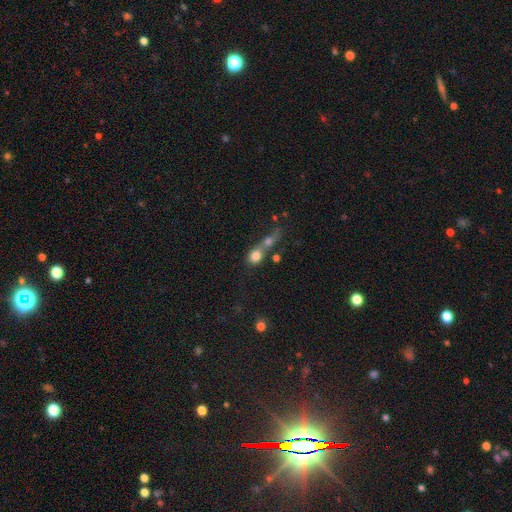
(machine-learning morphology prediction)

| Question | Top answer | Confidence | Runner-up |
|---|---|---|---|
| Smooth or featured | smooth | 74% | featured or disk (15%) |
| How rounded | round | 61% | in between (33%) |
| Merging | merger | 67% | none (20%) |